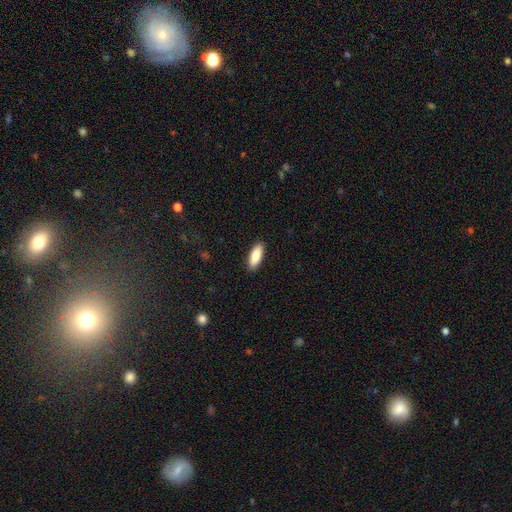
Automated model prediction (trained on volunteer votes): Smooth or featured? smooth (86%)
How rounded? in between (69%)
Merging? none (90%)